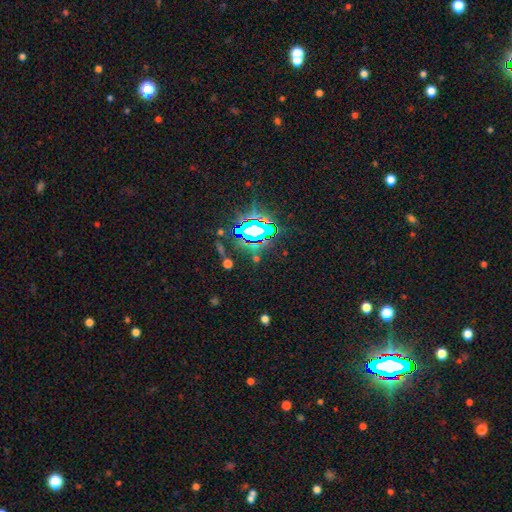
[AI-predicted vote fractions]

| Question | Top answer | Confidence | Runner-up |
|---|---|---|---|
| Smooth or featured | star or artifact | 79% | smooth (12%) |